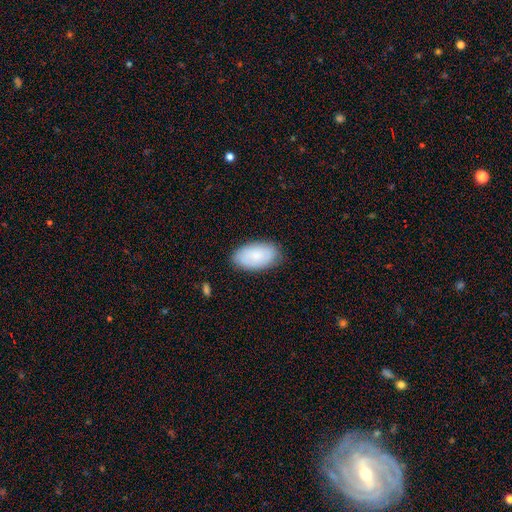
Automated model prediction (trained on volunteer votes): Smooth or featured? smooth (81%)
How rounded? in between (95%)
Merging? none (82%)